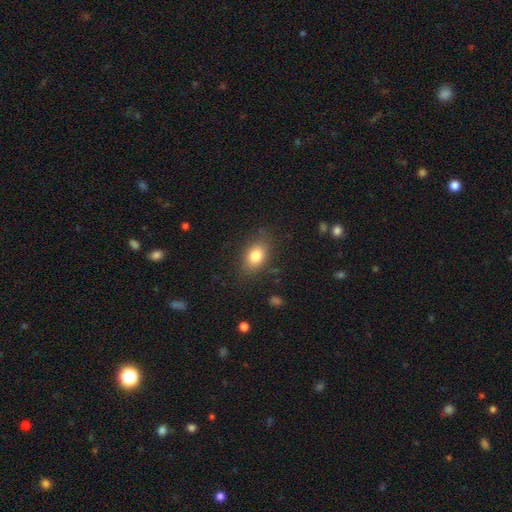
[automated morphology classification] The model was most divided on "how rounded": in between: 77%, round: 22%, cigar-shaped: 2%. More confident: merging — none (82%); smooth or featured — smooth (80%).